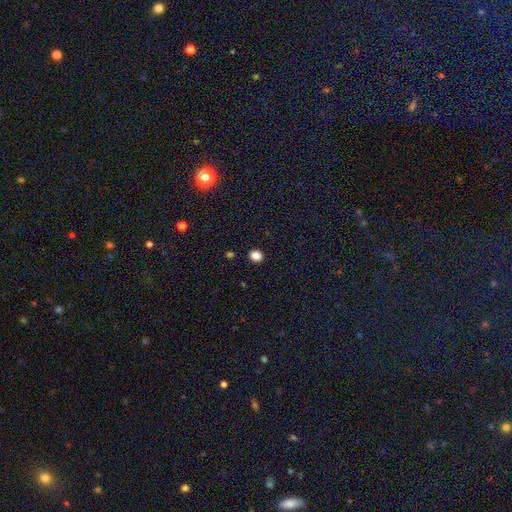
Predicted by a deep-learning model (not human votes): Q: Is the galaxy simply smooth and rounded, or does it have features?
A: smooth — 85%.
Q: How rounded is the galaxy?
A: round — 75%.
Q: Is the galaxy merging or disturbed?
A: none — 91%.